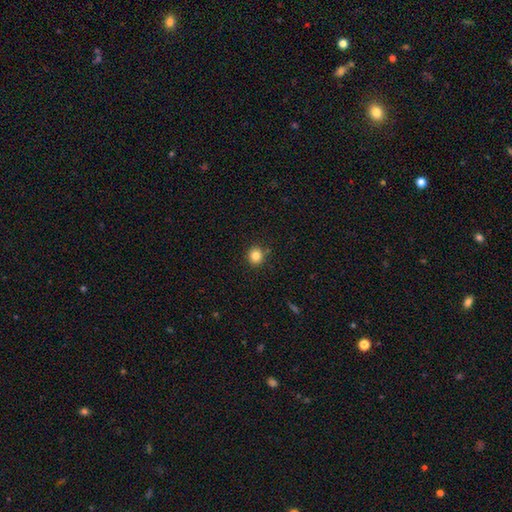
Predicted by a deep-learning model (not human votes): This is clearly a smooth galaxy (83%). How rounded: clearly round (86%). Merging: clearly none (87%).